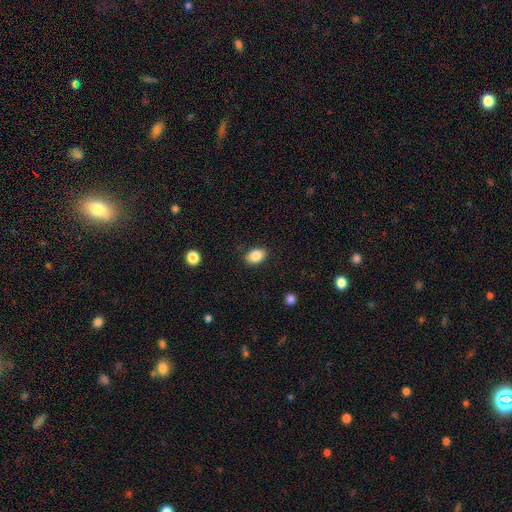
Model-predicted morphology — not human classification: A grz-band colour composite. It shows a smooth galaxy with no disk features (85%) that is in between round and cigar-shaped (80%). Merging: none (86%).